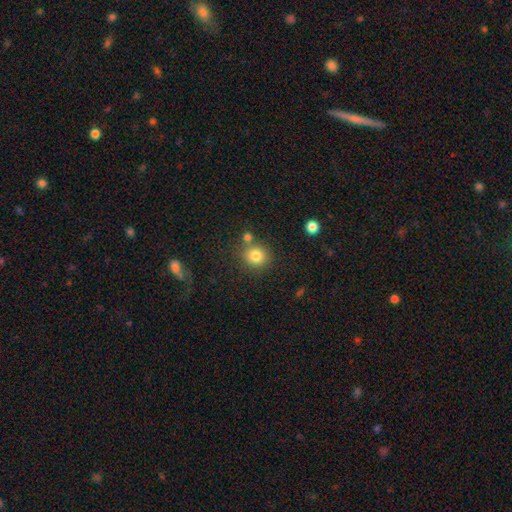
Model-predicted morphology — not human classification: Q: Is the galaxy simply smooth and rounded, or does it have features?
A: smooth — 81%.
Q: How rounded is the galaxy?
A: round — 88%.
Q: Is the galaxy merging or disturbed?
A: none — 74%.